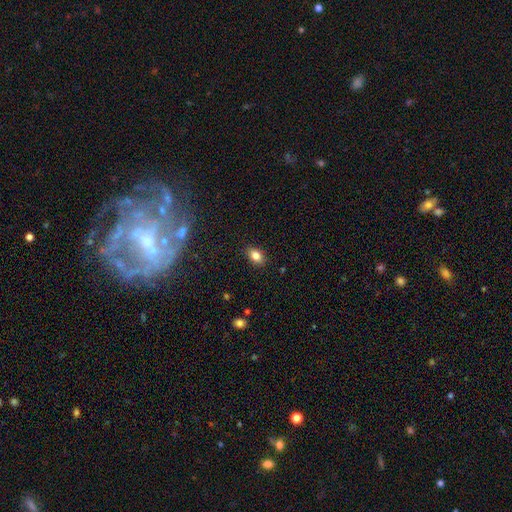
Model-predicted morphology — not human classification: A smooth galaxy with no disk features (82%) that is in between round and cigar-shaped (82%).

Vote fractions:
- Smooth or featured? smooth: 82% / star or artifact: 10% / featured or disk: 8%
- How rounded? in between: 82% / round: 16% / cigar-shaped: 2%
- Merging? none: 87% / minor disturbance: 10% / major disturbance: 2% / merger: 1%